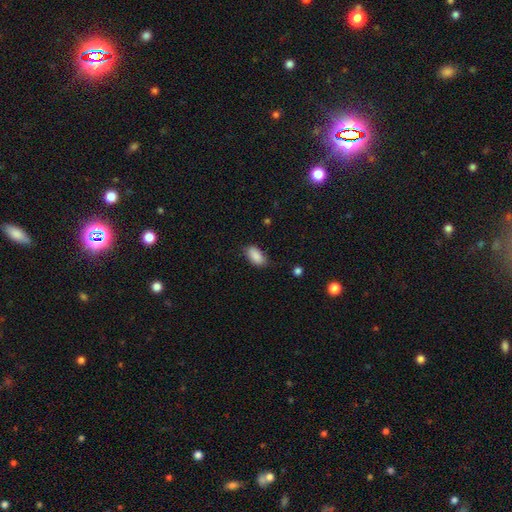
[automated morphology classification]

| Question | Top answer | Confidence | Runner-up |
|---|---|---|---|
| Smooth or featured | smooth | 89% | star or artifact (7%) |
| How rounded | in between | 92% | cigar-shaped (5%) |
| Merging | none | 80% | minor disturbance (15%) |